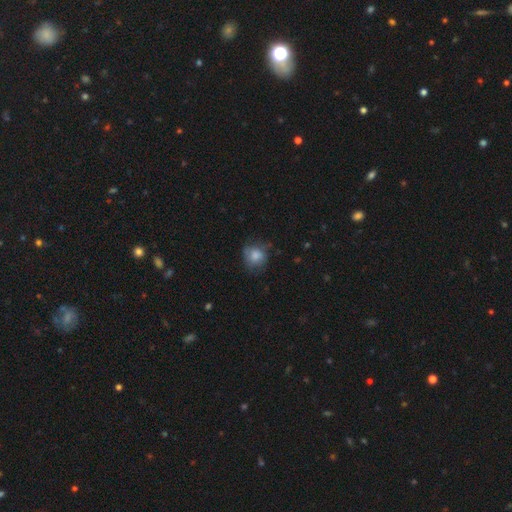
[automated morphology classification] smooth-or-featured: smooth: 77% | featured or disk: 14% | star or artifact: 9%
  how-rounded: round: 76% | in between: 23% | cigar-shaped: 1%
  merging: none: 59% | minor disturbance: 27% | major disturbance: 12% | merger: 2%